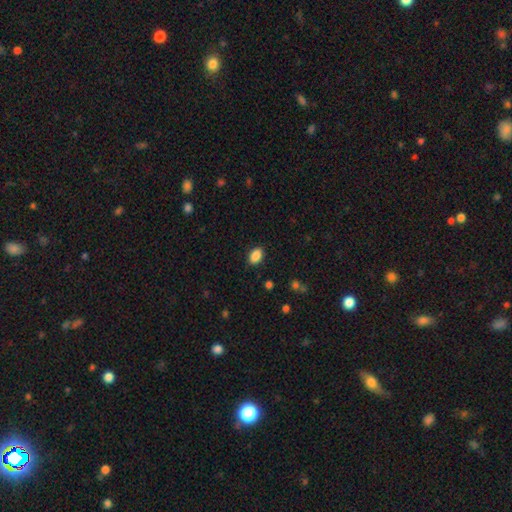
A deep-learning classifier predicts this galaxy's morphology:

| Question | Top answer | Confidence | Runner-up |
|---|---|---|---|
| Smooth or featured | smooth | 88% | star or artifact (8%) |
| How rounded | in between | 86% | round (13%) |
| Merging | none | 87% | minor disturbance (9%) |